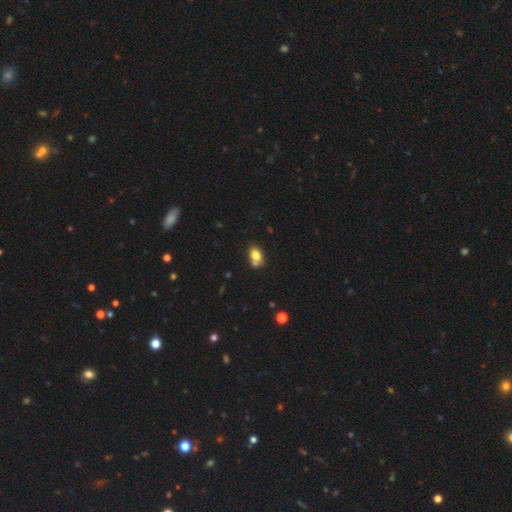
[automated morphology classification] Smooth or featured? Predicted: smooth (p=0.78). How rounded? Predicted: in between (p=0.79). Merging? Predicted: none (p=0.54).